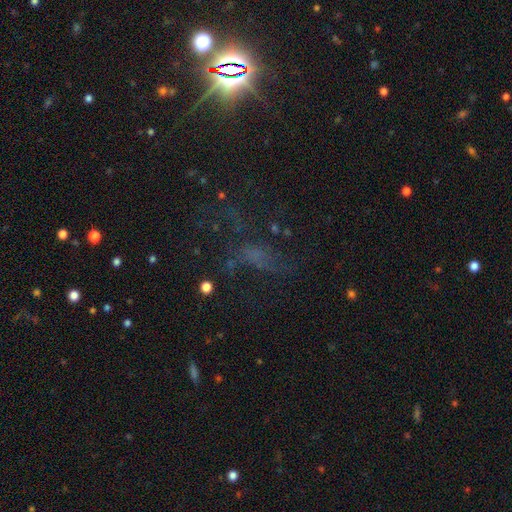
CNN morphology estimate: This is marginally a star or artifact rather than a galaxy (42%).